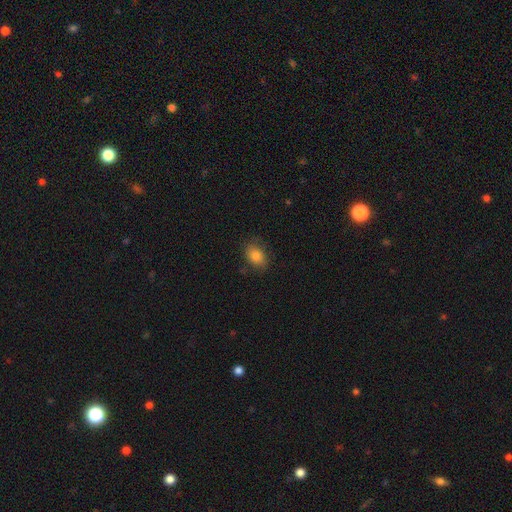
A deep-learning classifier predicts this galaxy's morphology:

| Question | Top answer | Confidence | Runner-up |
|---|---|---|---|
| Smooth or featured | smooth | 82% | star or artifact (9%) |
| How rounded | in between | 74% | round (25%) |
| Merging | none | 79% | minor disturbance (16%) |